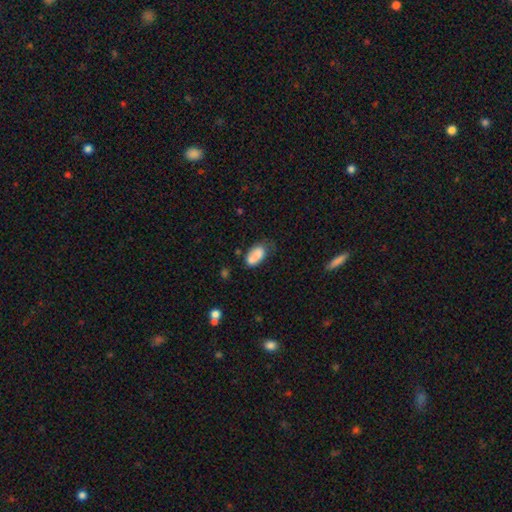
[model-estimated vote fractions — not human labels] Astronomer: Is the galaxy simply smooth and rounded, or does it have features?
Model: smooth — 80%.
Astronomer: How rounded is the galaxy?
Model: in between — 90%.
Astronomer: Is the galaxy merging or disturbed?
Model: none — 48% (runner-up: minor disturbance, 30%).